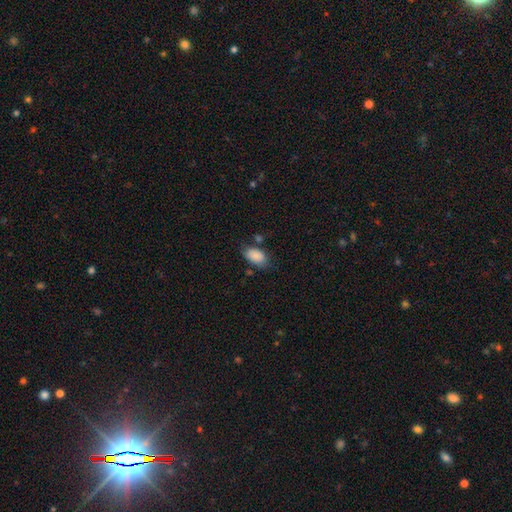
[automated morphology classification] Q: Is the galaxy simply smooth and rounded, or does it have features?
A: smooth — 85%.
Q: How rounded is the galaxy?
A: in between — 93%.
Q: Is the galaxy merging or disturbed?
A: none — 66%.